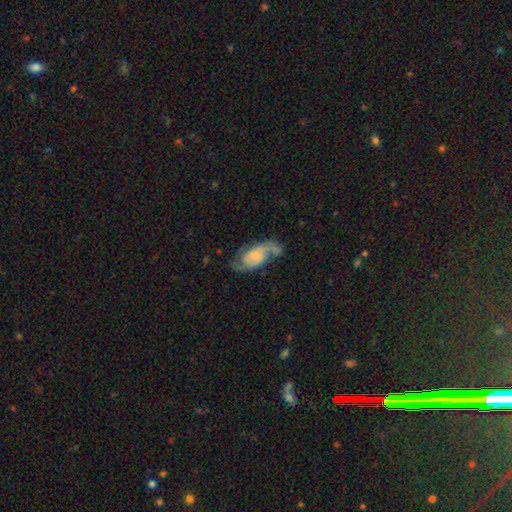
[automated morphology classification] Smooth or featured: featured or disk — 82% (smooth — 12%)
Edge-on disk: no — 96% (yes — 4%)
Bar: no — 56% (weak — 35%)
Spiral arms: yes — 95% (no — 5%)
Spiral winding: medium — 46% (loose — 36%)
Spiral arm count: 2 — 86% (can't tell — 4%)
Bulge size: small — 39% (none — 31%)
Merging: none — 61% (minor disturbance — 20%)